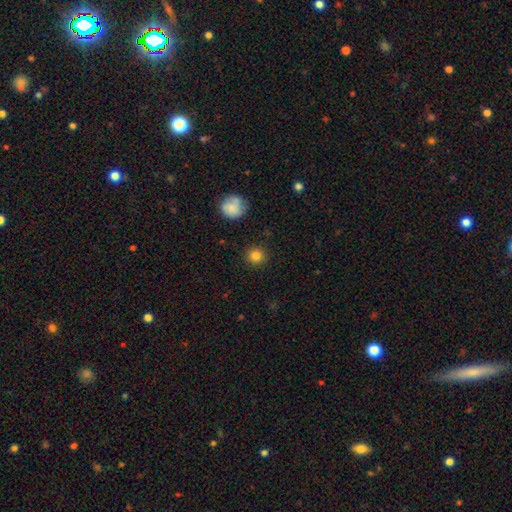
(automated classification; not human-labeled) A smooth galaxy with no disk features (84%) that is round (93%).

Vote fractions:
- Smooth or featured? smooth: 84% / star or artifact: 11% / featured or disk: 5%
- How rounded? round: 93% / in between: 6% / cigar-shaped: 1%
- Merging? none: 90% / minor disturbance: 6% / major disturbance: 2% / merger: 1%